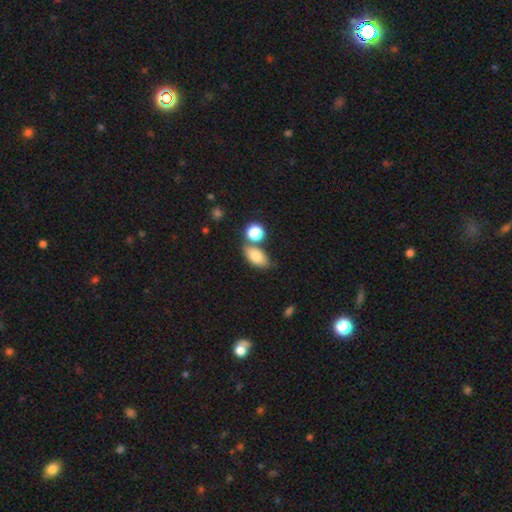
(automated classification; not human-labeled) Q: Smooth or featured?
A: smooth (79%); runner-up: featured or disk (11%)
Q: How rounded?
A: in between (88%); runner-up: round (8%)
Q: Merging?
A: none (64%); runner-up: merger (17%)